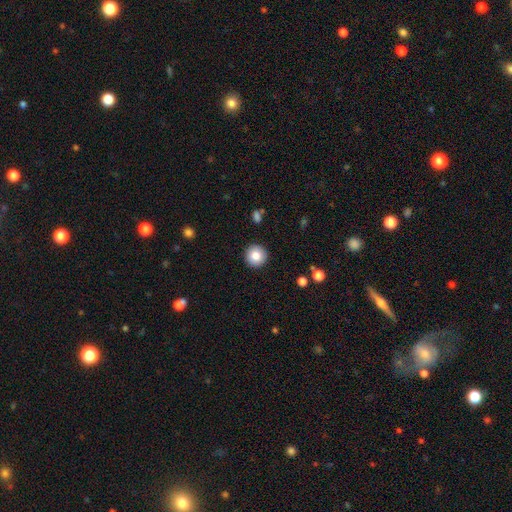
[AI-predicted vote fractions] The model was most divided on "smooth or featured": smooth: 82%, star or artifact: 9%, featured or disk: 9%. More confident: how rounded — round (95%); merging — none (92%).